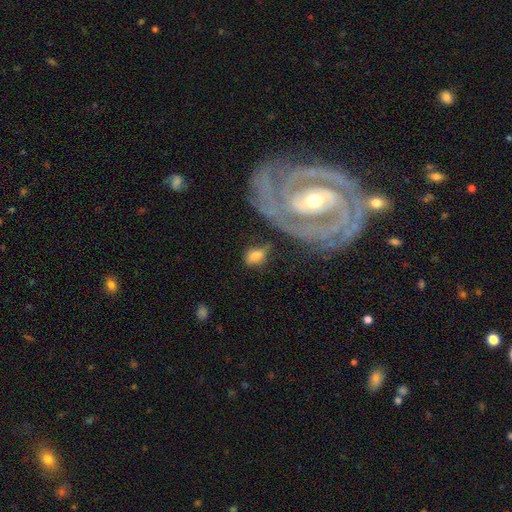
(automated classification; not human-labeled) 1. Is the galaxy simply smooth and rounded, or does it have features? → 67% smooth, 24% featured or disk, 9% star or artifact.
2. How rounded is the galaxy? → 80% in between, 16% round, 4% cigar-shaped.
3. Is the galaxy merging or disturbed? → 46% none, 23% minor disturbance, 17% major disturbance, 14% merger.